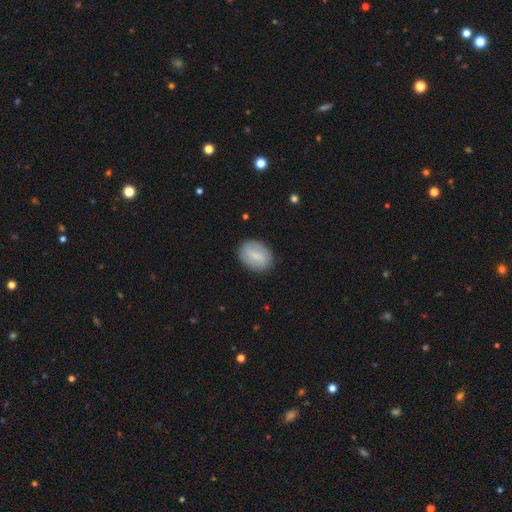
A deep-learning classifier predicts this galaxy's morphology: Smooth or featured? smooth (69%)
How rounded? in between (77%)
Merging? none (85%)